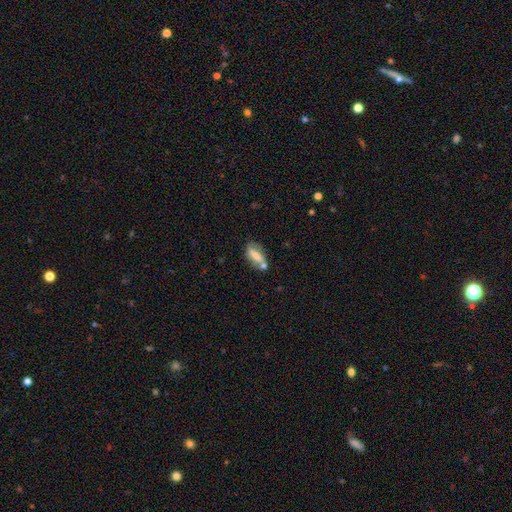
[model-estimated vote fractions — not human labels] Overall: smooth (62%; featured or disk 30%). How rounded: in between (70%). Merging: none (48%; merger 23%).